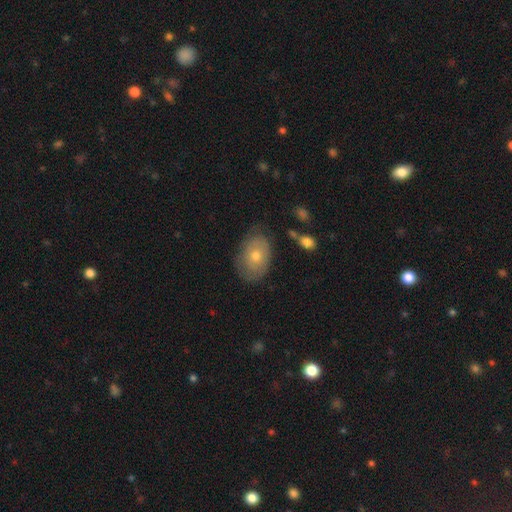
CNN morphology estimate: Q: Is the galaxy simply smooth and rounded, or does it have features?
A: smooth — 57%.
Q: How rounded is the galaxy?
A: in between — 82%.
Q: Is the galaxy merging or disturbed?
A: none — 74%.